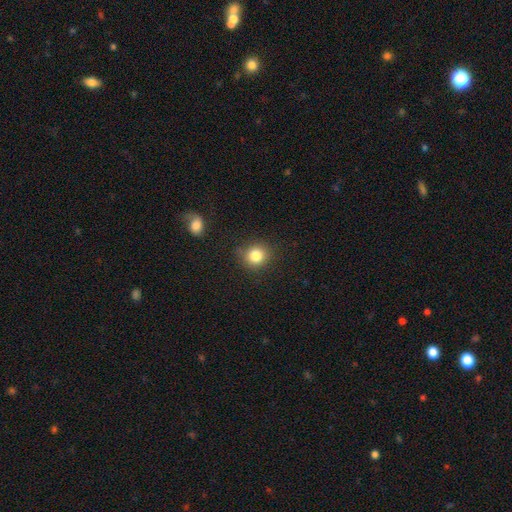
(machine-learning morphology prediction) Smooth or featured? Predicted: smooth (p=0.83). How rounded? Predicted: round (p=0.85). Merging? Predicted: none (p=0.83).